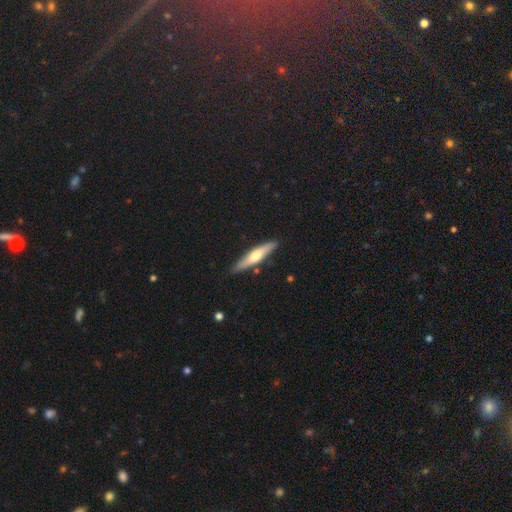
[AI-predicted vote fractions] Q: Smooth or featured?
A: smooth (48%); runner-up: featured or disk (47%)
Q: Merging?
A: none (86%); runner-up: minor disturbance (10%)